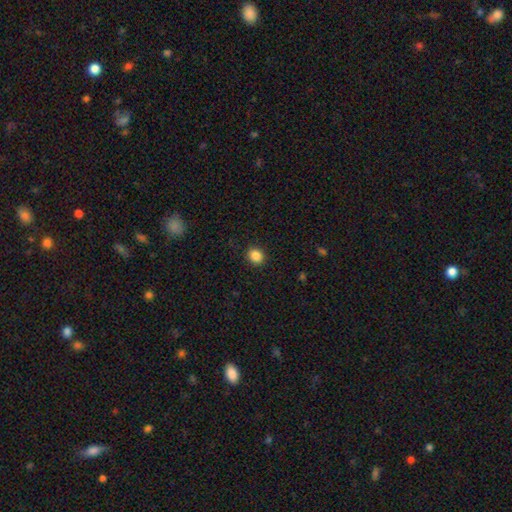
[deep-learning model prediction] Smooth or featured? smooth (86%)
How rounded? round (71%)
Merging? none (91%)